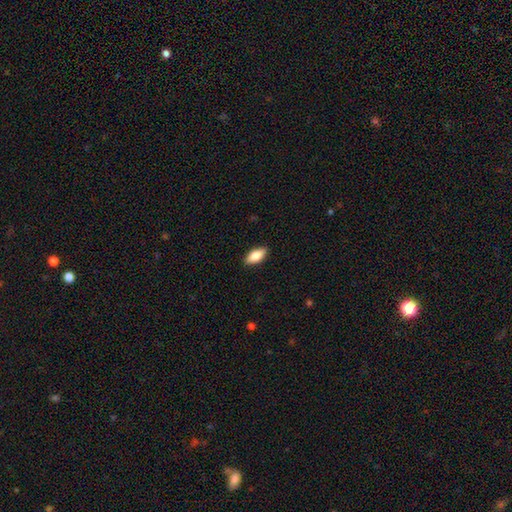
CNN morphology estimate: This is likely a smooth galaxy (79%). How rounded: clearly in between (87%). Merging: clearly none (89%).